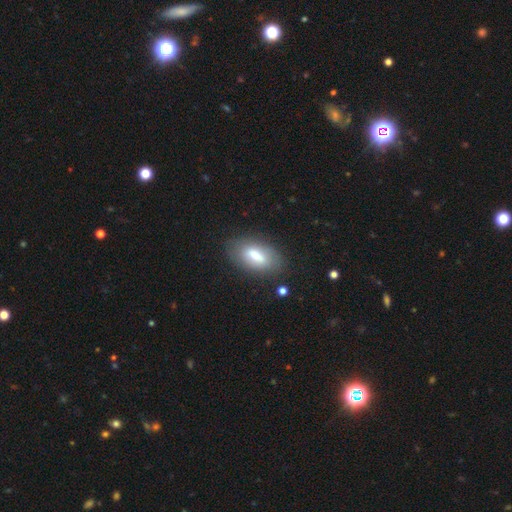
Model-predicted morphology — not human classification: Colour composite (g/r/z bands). It shows a smooth galaxy with no disk features (67%) that is in between round and cigar-shaped (87%). Merging: none (78%).